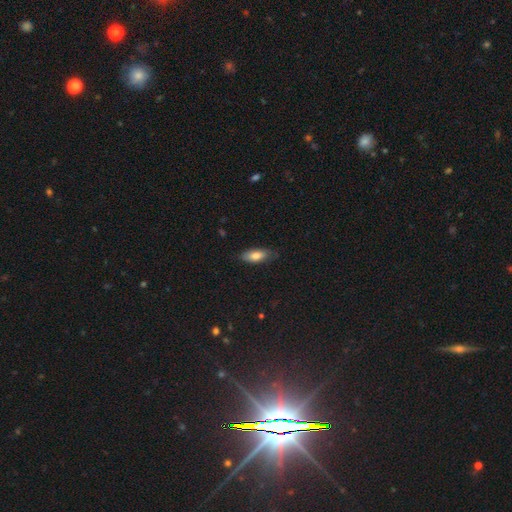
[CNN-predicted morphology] smooth 80%, featured or disk 14%, star or artifact 6%. Down the decision tree: how rounded — in between (78%); merging — none (75%).